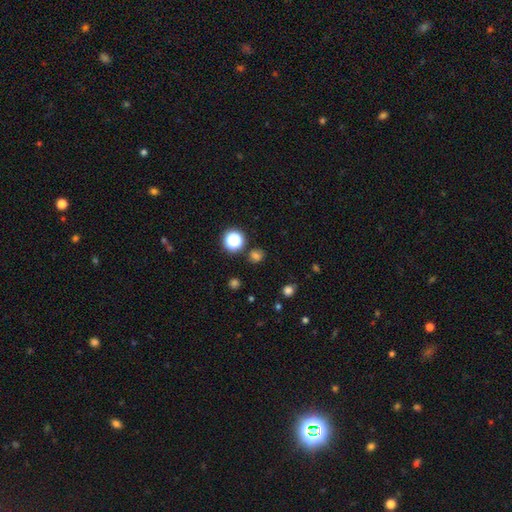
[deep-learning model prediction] A smooth galaxy with no disk features (65%) that is round (78%).

Vote fractions:
- Smooth or featured? smooth: 65% / star or artifact: 29% / featured or disk: 6%
- How rounded? round: 78% / in between: 21% / cigar-shaped: 1%
- Merging? none: 79% / minor disturbance: 12% / merger: 5% / major disturbance: 4%